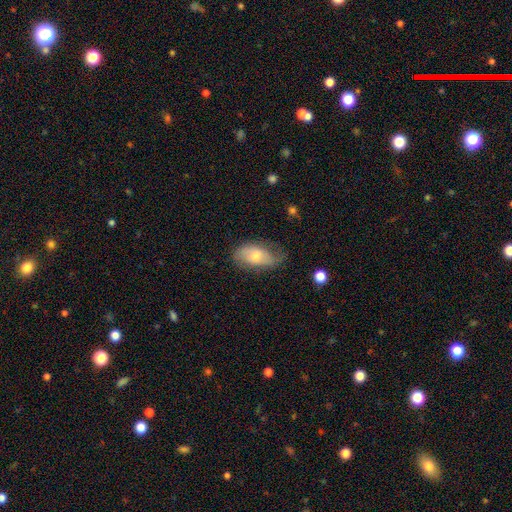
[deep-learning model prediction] Smooth or featured: smooth — 61% (featured or disk — 32%)
How rounded: in between — 92% (round — 5%)
Merging: none — 56% (minor disturbance — 31%)